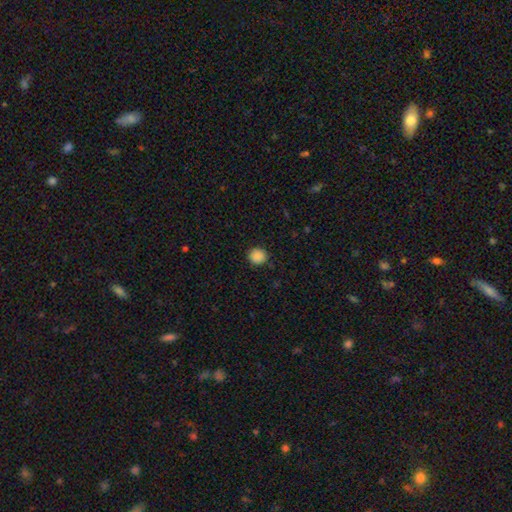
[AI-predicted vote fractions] Morphology: type=smooth (88%); roundness=round (86%); merging=none (90%).